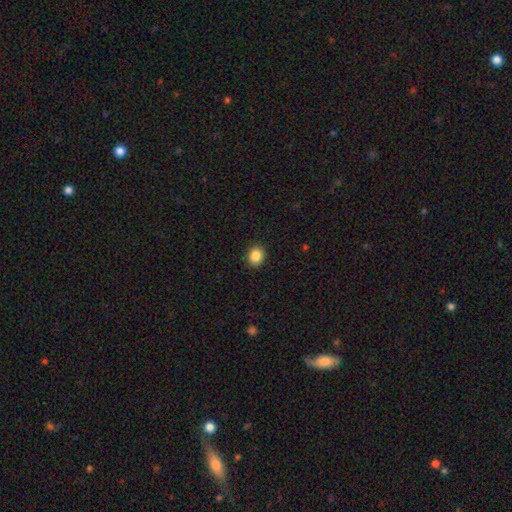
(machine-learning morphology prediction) smooth_or_featured: smooth (p=0.87) [alt: star or artifact p=0.10]
how_rounded: round (p=0.70) [alt: in between p=0.30]
merging: none (p=0.91) [alt: minor disturbance p=0.06]